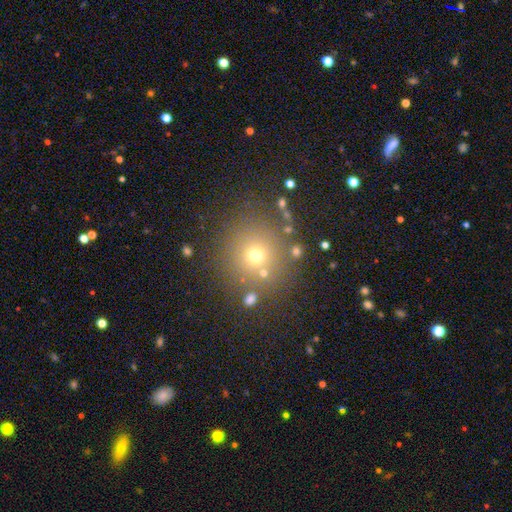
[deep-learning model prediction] The model was most divided on "smooth or featured": smooth: 64%, star or artifact: 25%, featured or disk: 10%. More confident: how rounded — round (92%); merging — none (80%).